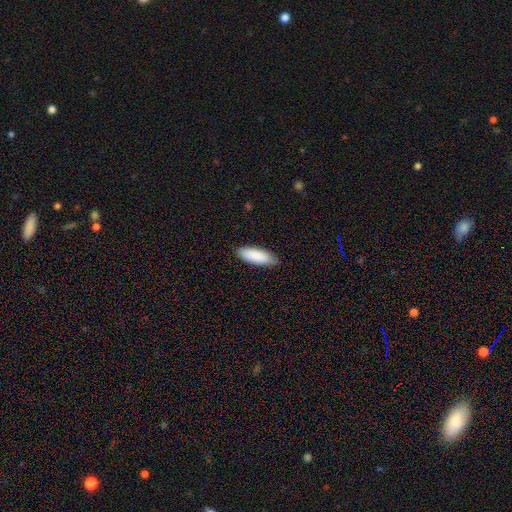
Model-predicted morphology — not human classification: type=smooth (89%); roundness=in between (69%); merging=none (86%).